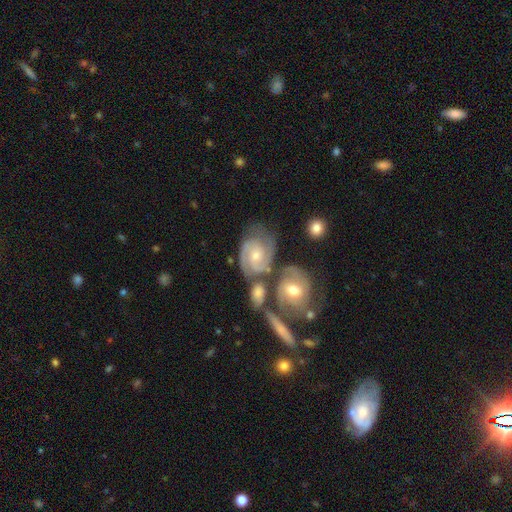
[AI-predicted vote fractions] Morphology: type=featured or disk (83%); edge-on=no (97%); bar=no (61%); spiral arms=yes (96%); winding=tight (56%); arm count=2 (51%); bulge=small (51%); merging=none (46%).